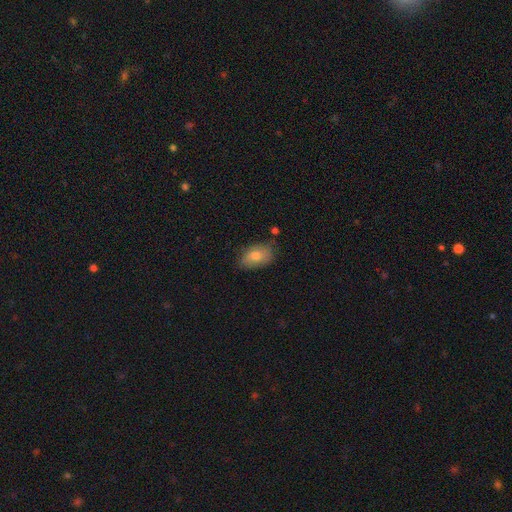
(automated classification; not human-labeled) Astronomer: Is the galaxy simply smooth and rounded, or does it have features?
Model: smooth — 74%.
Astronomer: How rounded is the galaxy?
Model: in between — 89%.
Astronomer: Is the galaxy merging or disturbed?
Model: none — 73%.